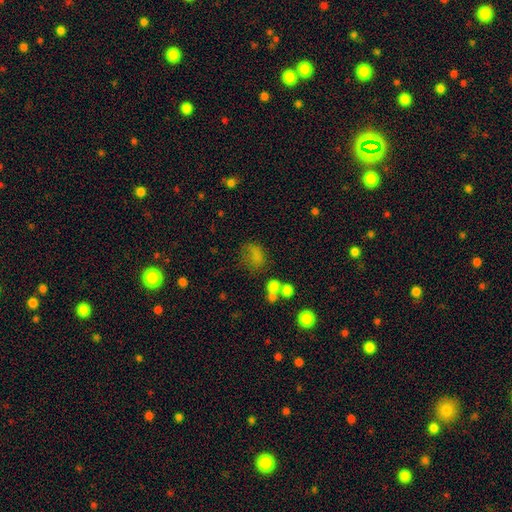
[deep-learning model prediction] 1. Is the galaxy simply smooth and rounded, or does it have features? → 69% smooth, 18% star or artifact, 13% featured or disk.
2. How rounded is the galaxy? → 58% in between, 40% round, 2% cigar-shaped.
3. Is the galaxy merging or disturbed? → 40% none, 26% major disturbance, 21% minor disturbance, 13% merger.